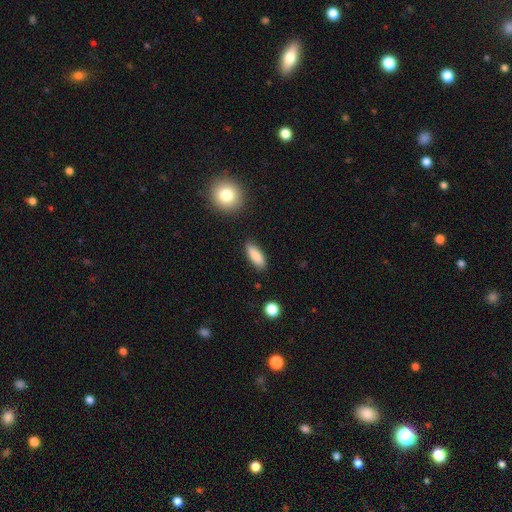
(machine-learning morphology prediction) smooth_or_featured: smooth (p=0.85) [alt: featured or disk p=0.08]
how_rounded: in between (p=0.69) [alt: cigar-shaped p=0.29]
merging: none (p=0.85) [alt: minor disturbance p=0.11]